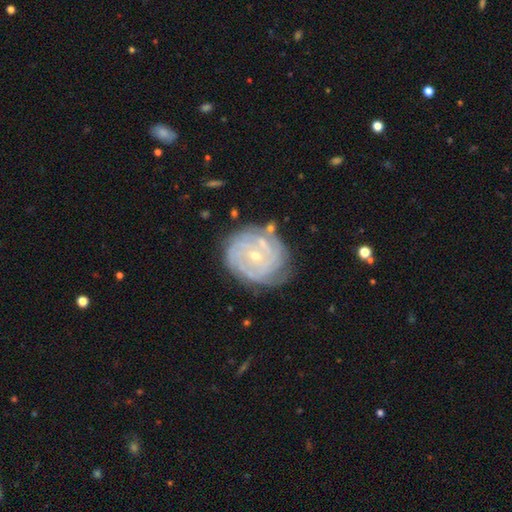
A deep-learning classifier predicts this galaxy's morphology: type=featured or disk (82%); edge-on=no (97%); bar=no (60%); spiral arms=yes (93%); winding=tight (78%); arm count=can't tell (39%); bulge=small (66%); merging=none (70%).